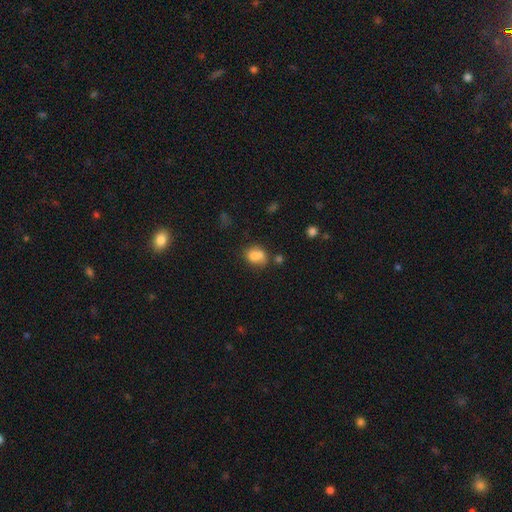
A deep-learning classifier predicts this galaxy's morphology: smooth_or_featured: smooth (p=0.73) [alt: featured or disk p=0.16]
how_rounded: round (p=0.53) [alt: in between p=0.46]
merging: merger (p=0.48) [alt: none p=0.34]